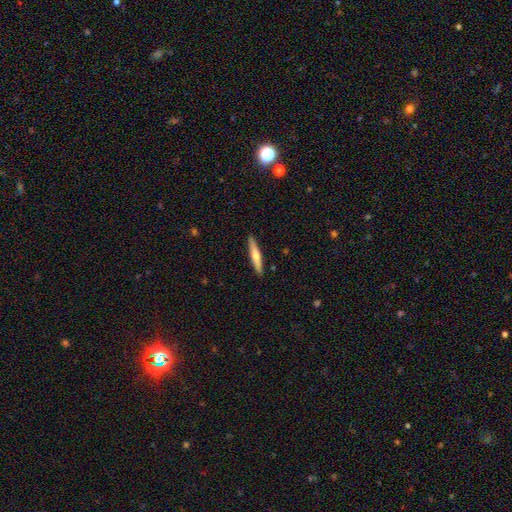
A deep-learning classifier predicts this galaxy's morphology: This appears to be a smooth galaxy with no disk features (52%) that is cigar-shaped (90%). Merging: none (91%).